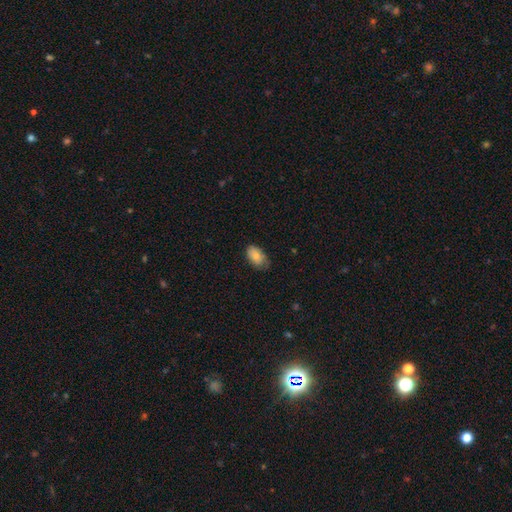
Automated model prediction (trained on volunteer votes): smooth_or_featured: smooth (p=0.81) [alt: featured or disk p=0.12]
how_rounded: in between (p=0.91) [alt: round p=0.07]
merging: none (p=0.65) [alt: minor disturbance p=0.28]